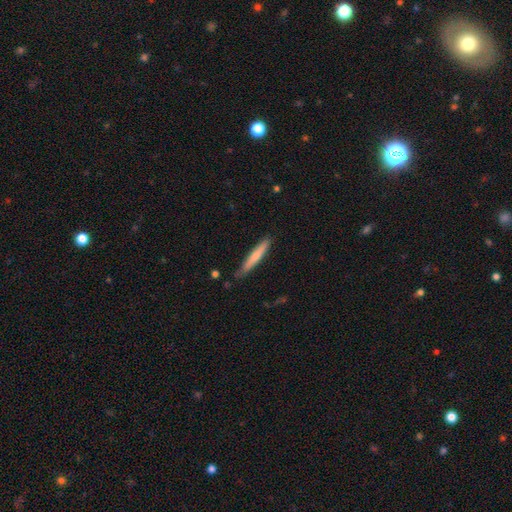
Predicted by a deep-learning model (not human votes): smooth-or-featured: smooth: 64% | featured or disk: 31% | star or artifact: 6%
  how-rounded: cigar-shaped: 94% | in between: 4% | round: 1%
  merging: none: 79% | minor disturbance: 16% | major disturbance: 2% | merger: 2%